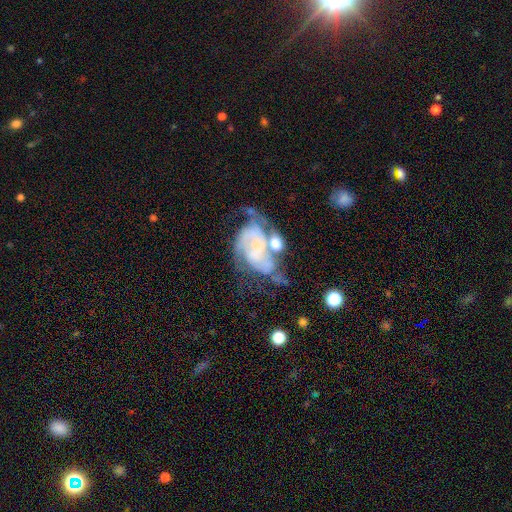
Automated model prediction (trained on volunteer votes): featured or disk 73%, smooth 19%, star or artifact 8%. Down the decision tree: edge-on disk — no (97%); bar — no (67%); spiral arms — yes (80%); spiral arm count — 2 (57%); spiral winding — medium (42%); bulge size — small (42%); merging — merger (34%).